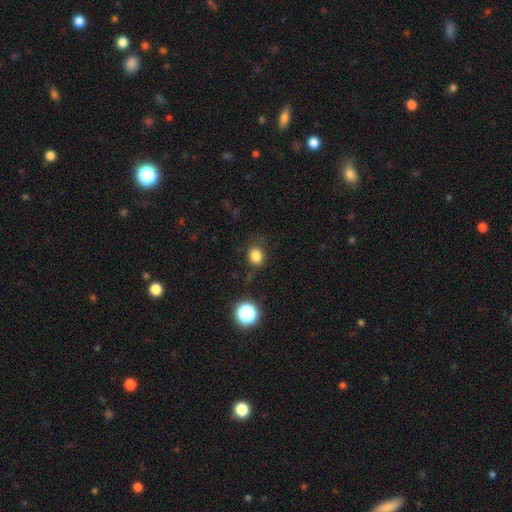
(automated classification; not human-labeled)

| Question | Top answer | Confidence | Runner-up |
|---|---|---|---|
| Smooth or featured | smooth | 81% | star or artifact (14%) |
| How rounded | round | 69% | in between (30%) |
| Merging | none | 76% | minor disturbance (16%) |